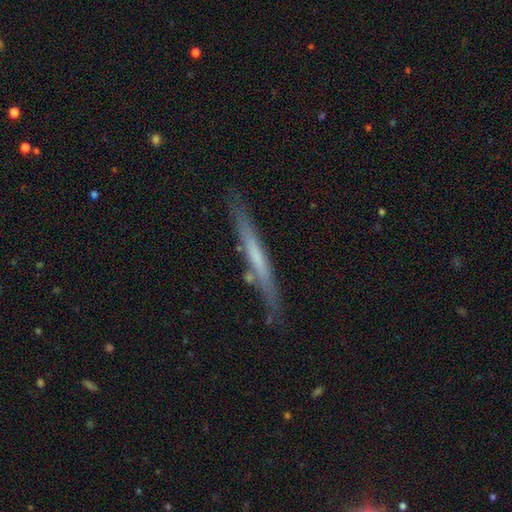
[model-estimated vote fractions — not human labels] smooth-or-featured: featured or disk: 53% | smooth: 41% | star or artifact: 6%
  disk-edge-on: yes: 93% | no: 7%
  merging: none: 79% | minor disturbance: 14% | merger: 4% | major disturbance: 3%